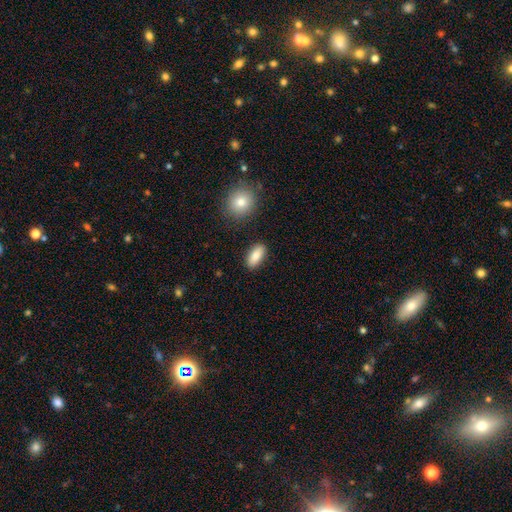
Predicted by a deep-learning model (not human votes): smooth-or-featured: smooth: 85% | featured or disk: 8% | star or artifact: 7%
  how-rounded: in between: 85% | cigar-shaped: 11% | round: 3%
  merging: none: 86% | minor disturbance: 9% | merger: 2% | major disturbance: 2%